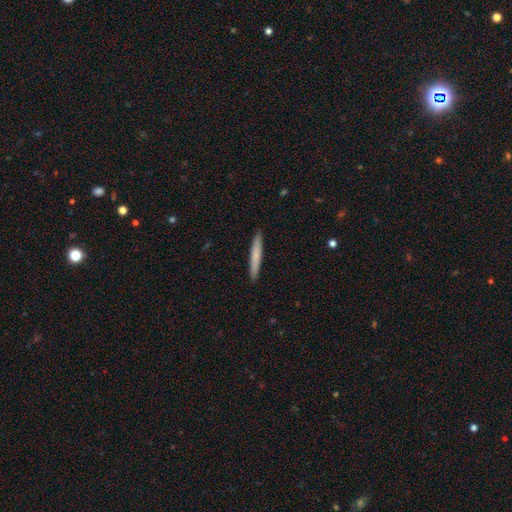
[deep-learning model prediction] A smooth galaxy with no disk features (75%) that is cigar-shaped (96%).

Vote fractions:
- Smooth or featured? smooth: 75% / featured or disk: 20% / star or artifact: 5%
- How rounded? cigar-shaped: 96% / in between: 3% / round: 1%
- Merging? none: 92% / minor disturbance: 6% / major disturbance: 1% / merger: 1%